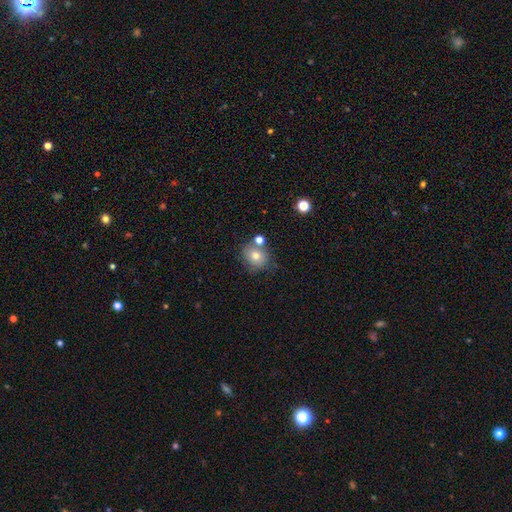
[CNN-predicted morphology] Smooth or featured: smooth — 74% (featured or disk — 14%)
How rounded: round — 79% (in between — 20%)
Merging: none — 64% (merger — 18%)